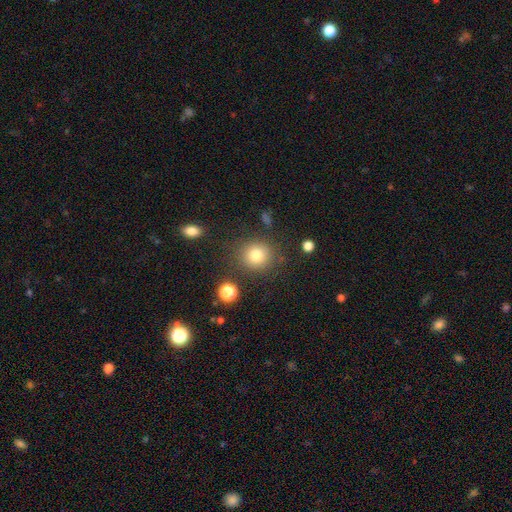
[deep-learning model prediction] This is clearly a smooth galaxy (80%). How rounded: clearly round (88%). Merging: clearly none (83%).